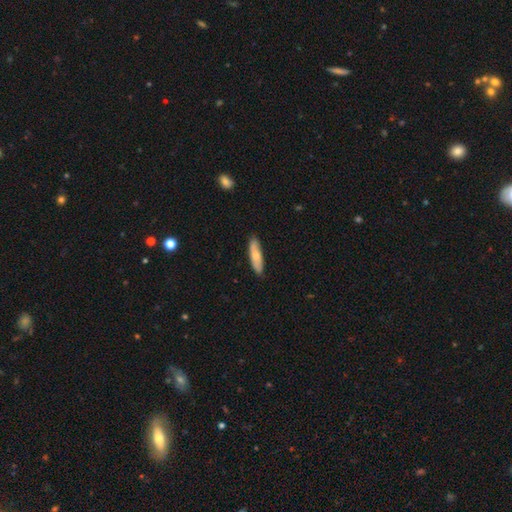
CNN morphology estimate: Smooth or featured? Predicted: smooth (p=0.67). How rounded? Predicted: cigar-shaped (p=0.65). Merging? Predicted: none (p=0.83).